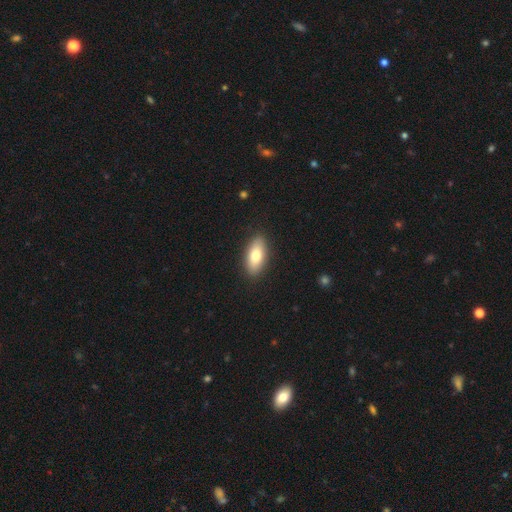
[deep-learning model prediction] This is likely a smooth galaxy (78%). How rounded: clearly in between (84%). Merging: clearly none (89%).